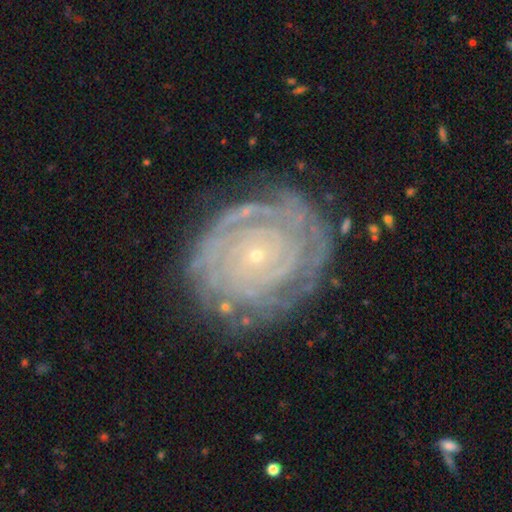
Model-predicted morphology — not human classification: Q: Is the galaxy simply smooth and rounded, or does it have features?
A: featured or disk — 84%.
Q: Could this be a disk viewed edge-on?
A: no — 97%.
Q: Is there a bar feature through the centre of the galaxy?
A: no — 84%.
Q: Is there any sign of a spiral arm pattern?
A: yes — 93%.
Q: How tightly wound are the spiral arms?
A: tight — 86%.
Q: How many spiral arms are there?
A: can't tell — 37%.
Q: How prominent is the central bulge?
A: small — 89%.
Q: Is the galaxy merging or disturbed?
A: none — 77%.